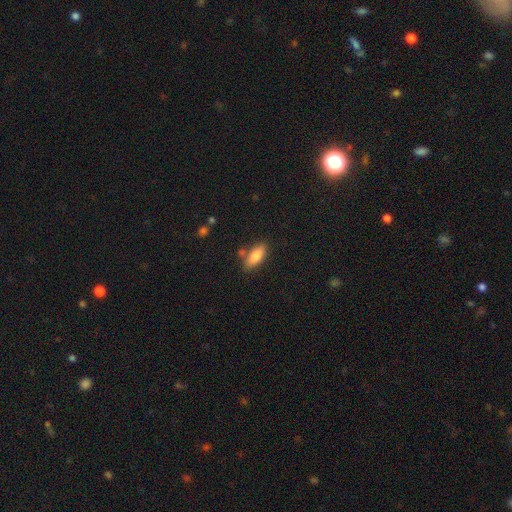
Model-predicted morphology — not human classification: This appears to be a smooth galaxy with no disk features (79%) that is in between round and cigar-shaped (75%). Merging: none (75%).